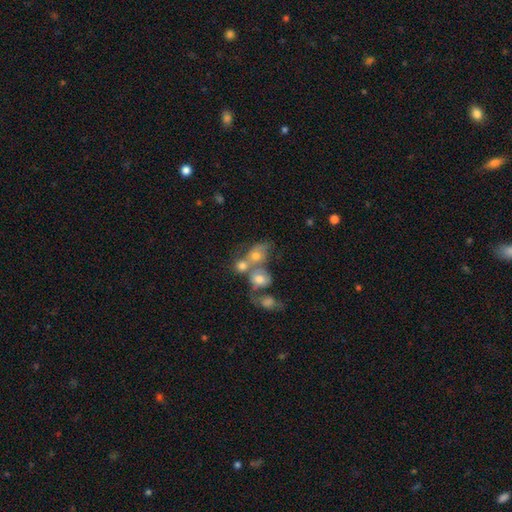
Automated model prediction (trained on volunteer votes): A smooth galaxy with no disk features (59%) that is in between round and cigar-shaped (50%). Merging: merger (60%).